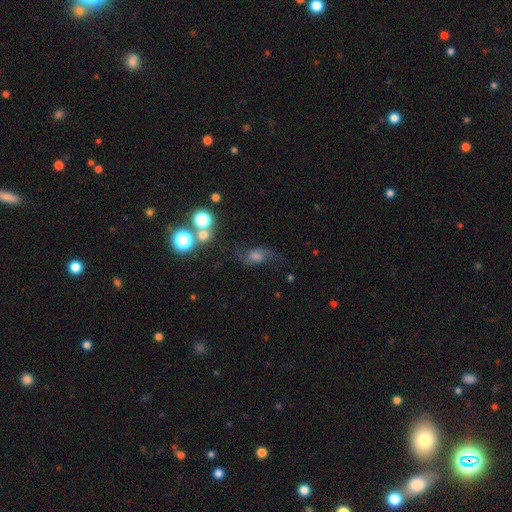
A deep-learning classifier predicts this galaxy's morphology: Smooth or featured? featured or disk (52%)
Edge-on disk? no (93%)
Merging? none (57%)